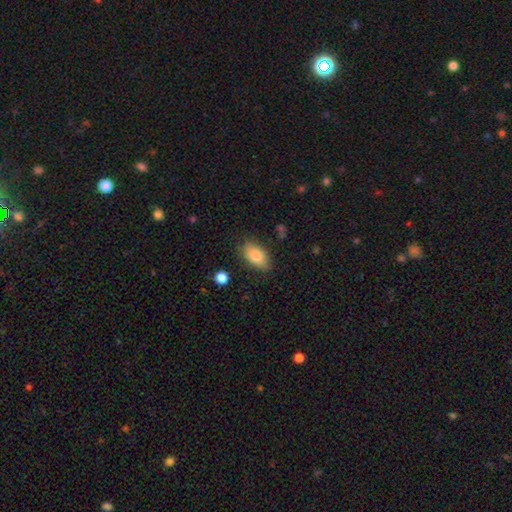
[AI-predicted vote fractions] This is clearly a smooth galaxy (87%). How rounded: clearly in between (92%). Merging: likely none (79%).